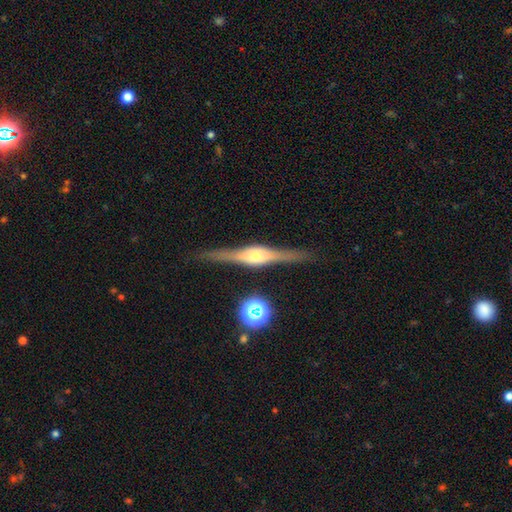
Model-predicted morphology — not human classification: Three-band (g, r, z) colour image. It shows a featured or disk galaxy (82%) viewed edge-on (97%) with a rounded central bulge (86%). Merging: none (87%).